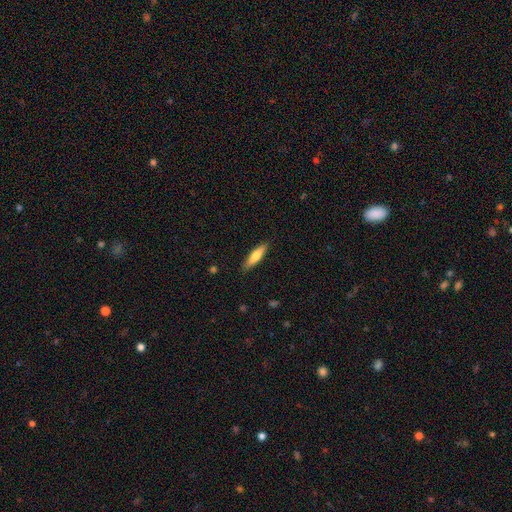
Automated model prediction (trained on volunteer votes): Smooth or featured? smooth (68%)
How rounded? cigar-shaped (71%)
Merging? none (88%)